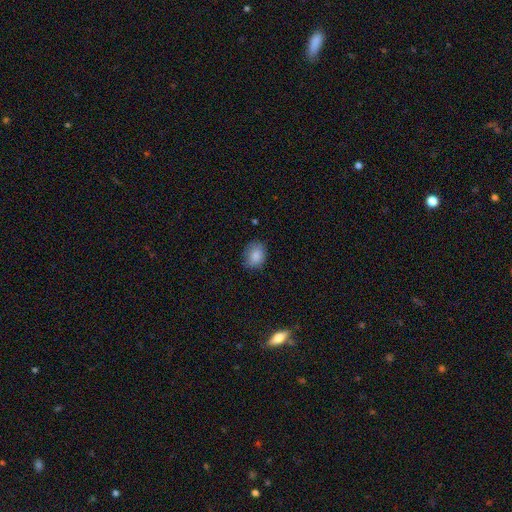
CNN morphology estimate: A smooth galaxy with no disk features (85%) that is in between round and cigar-shaped (58%). Merging: none (75%).